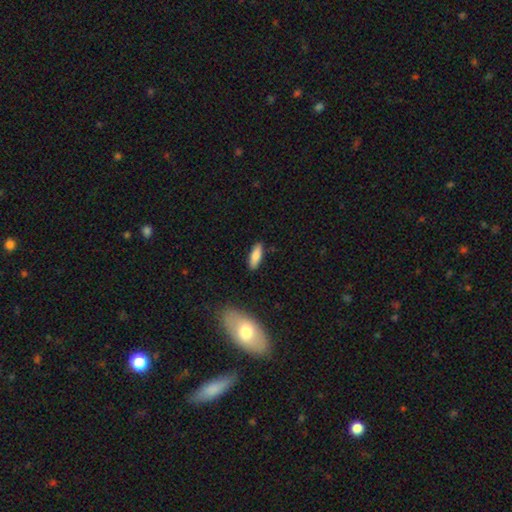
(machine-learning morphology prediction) smooth 83%, featured or disk 11%, star or artifact 6%. Down the decision tree: how rounded — in between (57%); merging — none (86%).